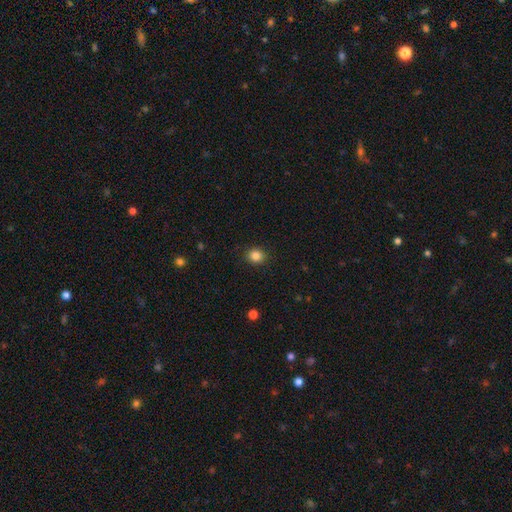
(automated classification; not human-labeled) Morphology: type=smooth (84%); roundness=round (77%); merging=none (90%).